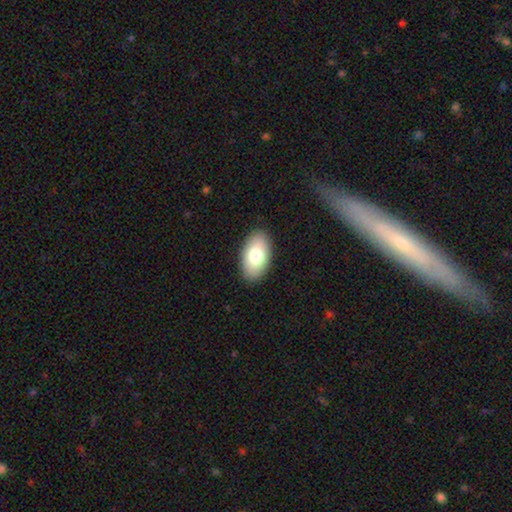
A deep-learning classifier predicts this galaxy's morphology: A smooth galaxy with no disk features (78%) that is in between round and cigar-shaped (95%).

Vote fractions:
- Smooth or featured? smooth: 78% / featured or disk: 15% / star or artifact: 6%
- How rounded? in between: 95% / round: 4% / cigar-shaped: 2%
- Merging? none: 89% / minor disturbance: 8% / major disturbance: 2% / merger: 1%